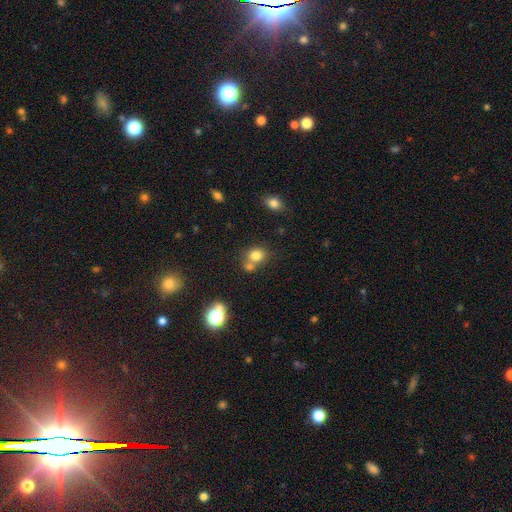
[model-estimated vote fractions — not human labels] The model was most divided on "merging": none: 50%, merger: 36%, minor disturbance: 10%, major disturbance: 4%. More confident: smooth or featured — smooth (78%); how rounded — round (68%).